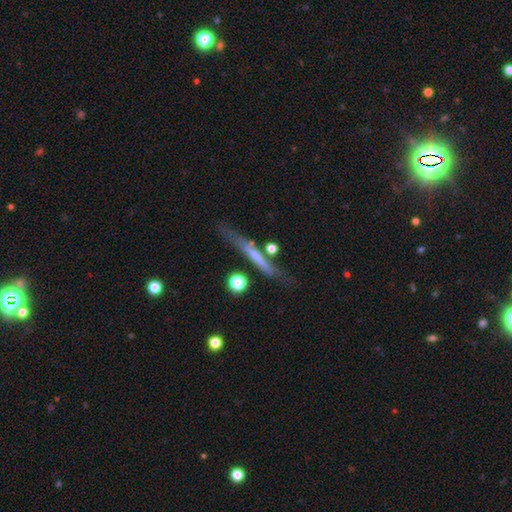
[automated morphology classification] Overall: featured or disk (54%; smooth 38%). Edge-on disk: yes (89%). Merging: none (71%).